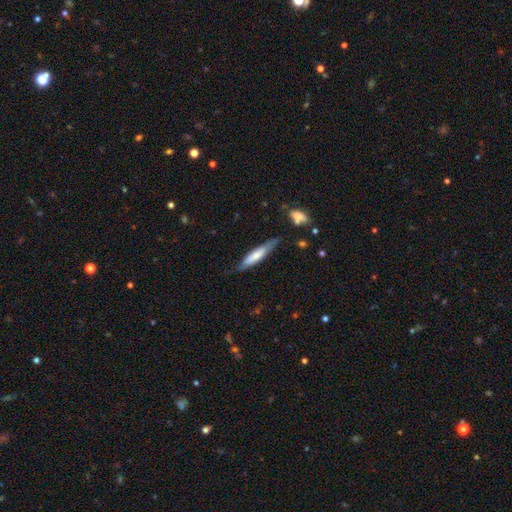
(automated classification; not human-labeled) A smooth galaxy with no disk features (59%) that is cigar-shaped (84%).

Vote fractions:
- Smooth or featured? smooth: 59% / featured or disk: 36% / star or artifact: 6%
- How rounded? cigar-shaped: 84% / in between: 14% / round: 1%
- Merging? none: 69% / minor disturbance: 23% / major disturbance: 5% / merger: 3%